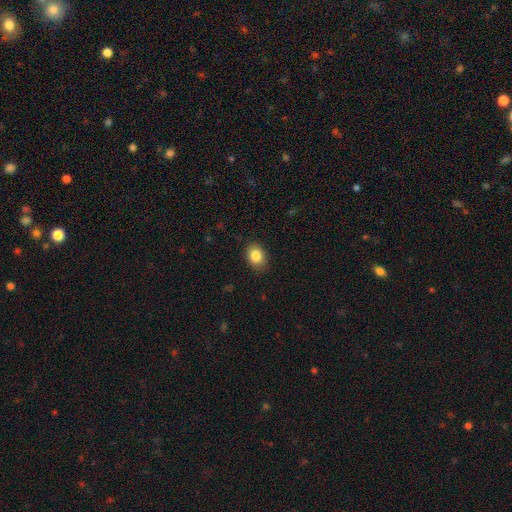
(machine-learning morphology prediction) Smooth or featured? Predicted: smooth (p=0.85). How rounded? Predicted: in between (p=0.65). Merging? Predicted: none (p=0.87).